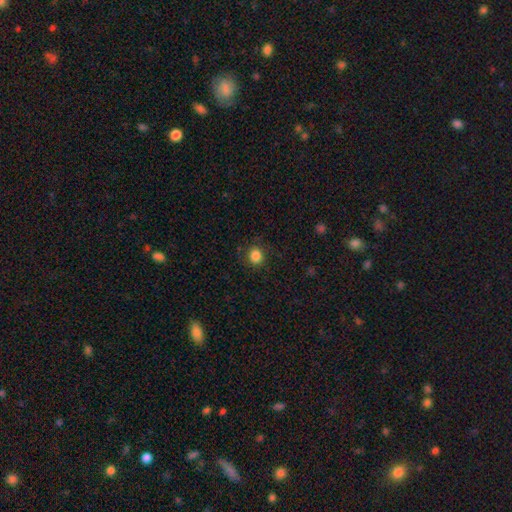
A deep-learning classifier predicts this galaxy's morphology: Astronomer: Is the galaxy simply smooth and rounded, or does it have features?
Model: smooth — 85%.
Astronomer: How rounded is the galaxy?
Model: round — 82%.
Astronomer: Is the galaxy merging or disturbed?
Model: none — 86%.